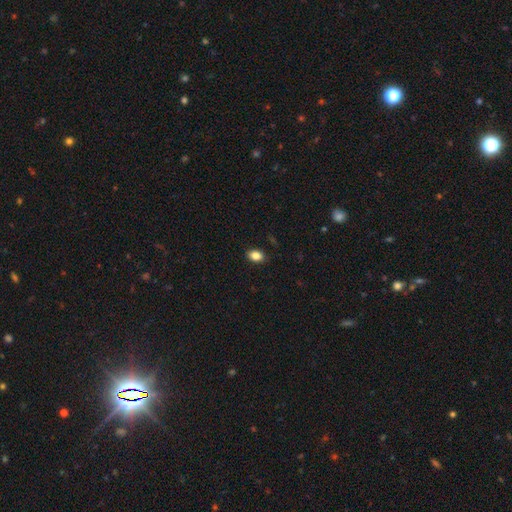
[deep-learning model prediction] Smooth or featured: smooth — 85% (star or artifact — 9%)
How rounded: in between — 81% (round — 18%)
Merging: none — 89% (minor disturbance — 9%)